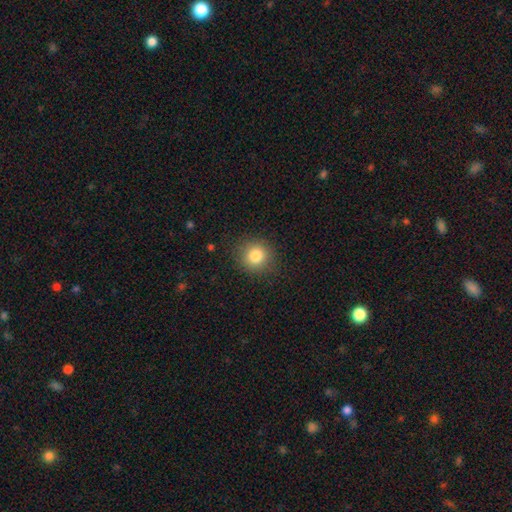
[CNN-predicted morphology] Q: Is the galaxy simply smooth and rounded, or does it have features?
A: smooth — 83%.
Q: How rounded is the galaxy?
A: round — 90%.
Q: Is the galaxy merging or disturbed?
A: none — 88%.